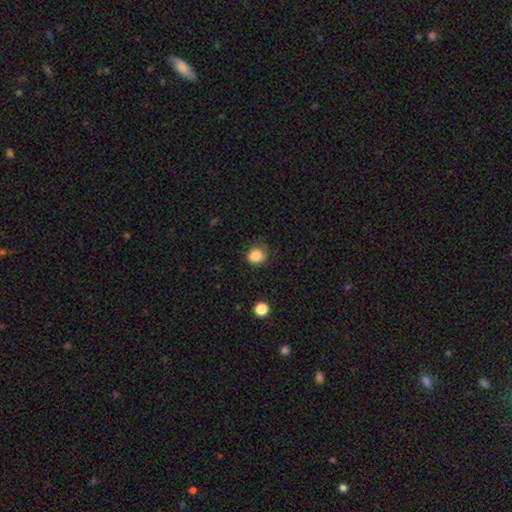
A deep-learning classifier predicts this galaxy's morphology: A smooth galaxy with no disk features (82%) that is round (71%).

Vote fractions:
- Smooth or featured? smooth: 82% / star or artifact: 9% / featured or disk: 9%
- How rounded? round: 71% / in between: 28% / cigar-shaped: 1%
- Merging? none: 59% / minor disturbance: 28% / major disturbance: 12% / merger: 1%